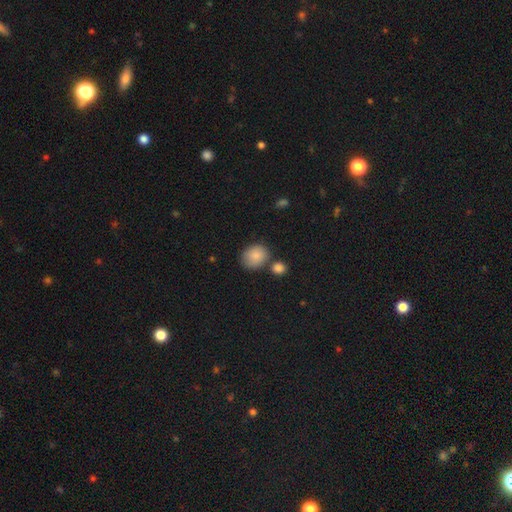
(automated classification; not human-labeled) smooth_or_featured: smooth (p=0.86) [alt: star or artifact p=0.08]
how_rounded: round (p=0.61) [alt: in between p=0.38]
merging: none (p=0.63) [alt: merger p=0.17]